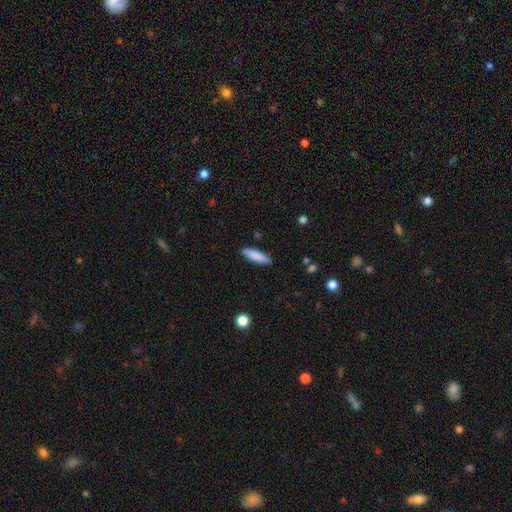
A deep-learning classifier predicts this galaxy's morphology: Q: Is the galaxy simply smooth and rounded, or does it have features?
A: smooth — 86%.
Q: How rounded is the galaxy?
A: cigar-shaped — 63%.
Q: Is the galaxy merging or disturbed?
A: none — 88%.